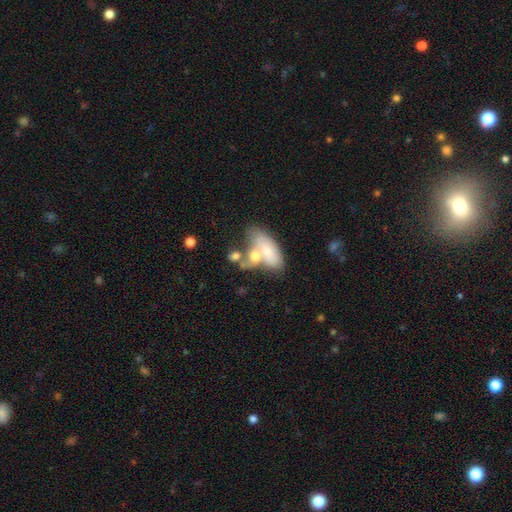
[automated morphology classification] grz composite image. It shows a smooth galaxy with no disk features (63%) that is in between round and cigar-shaped (85%). Merging: merger (61%).